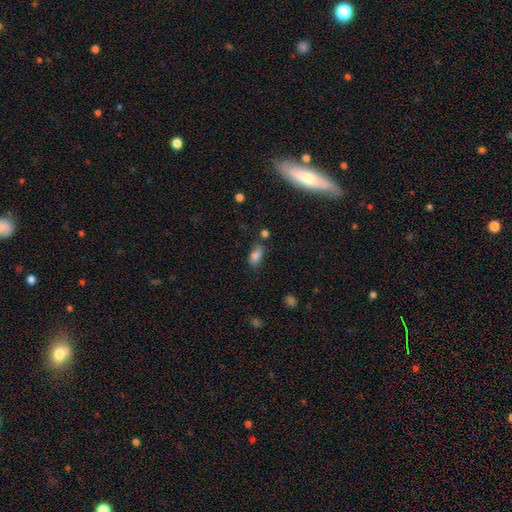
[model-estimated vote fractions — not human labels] Smooth or featured? smooth (82%)
How rounded? in between (87%)
Merging? none (63%)